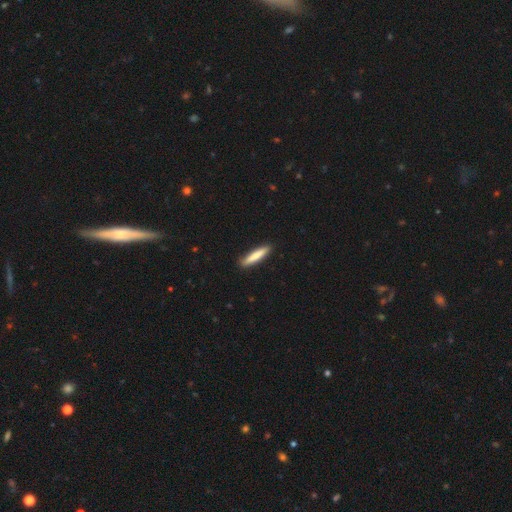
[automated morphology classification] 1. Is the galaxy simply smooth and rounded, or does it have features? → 79% smooth, 16% featured or disk, 6% star or artifact.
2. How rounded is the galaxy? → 90% cigar-shaped, 9% in between, 1% round.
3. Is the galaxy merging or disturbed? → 90% none, 8% minor disturbance, 2% major disturbance, 1% merger.